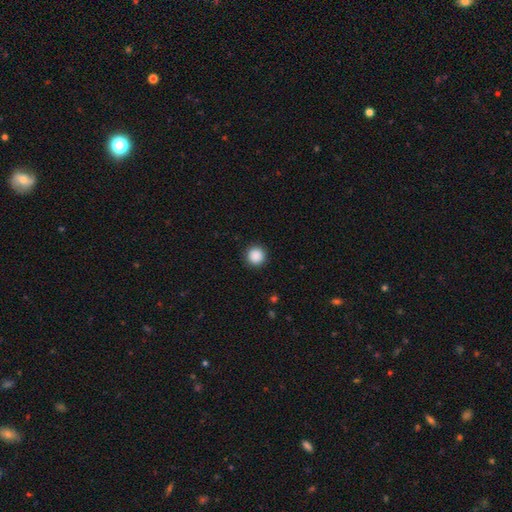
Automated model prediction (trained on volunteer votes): Smooth or featured? Predicted: smooth (p=0.88). How rounded? Predicted: round (p=0.96). Merging? Predicted: none (p=0.92).